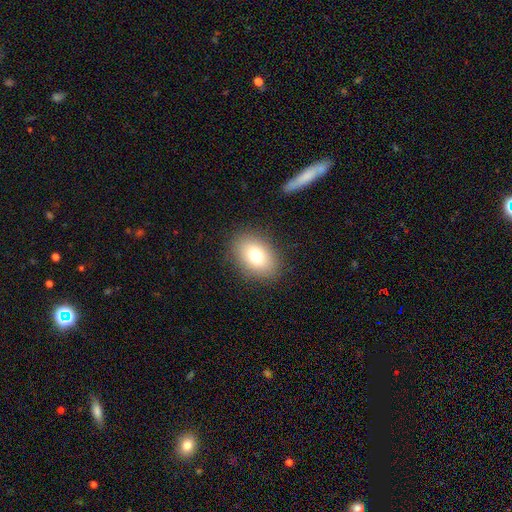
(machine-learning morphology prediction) Q: Smooth or featured?
A: smooth (75%); runner-up: featured or disk (14%)
Q: How rounded?
A: in between (76%); runner-up: round (23%)
Q: Merging?
A: none (87%); runner-up: minor disturbance (9%)